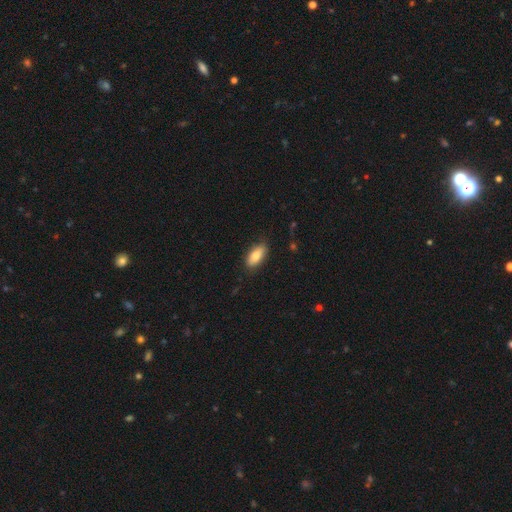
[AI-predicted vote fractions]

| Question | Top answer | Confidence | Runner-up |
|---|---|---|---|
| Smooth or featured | smooth | 80% | featured or disk (13%) |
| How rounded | in between | 87% | cigar-shaped (10%) |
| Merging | none | 84% | minor disturbance (13%) |